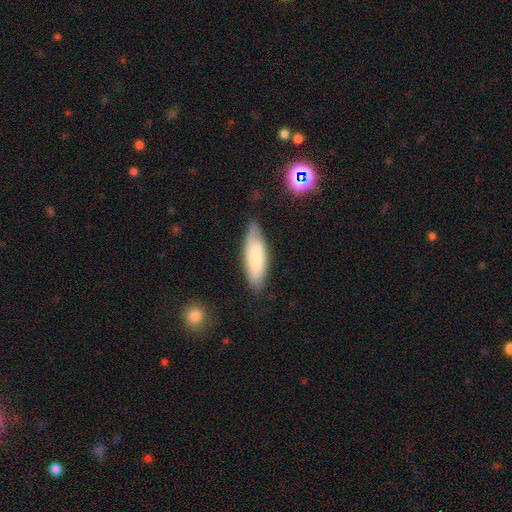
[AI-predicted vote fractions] Smooth or featured? smooth (70%)
How rounded? in between (55%)
Merging? none (75%)